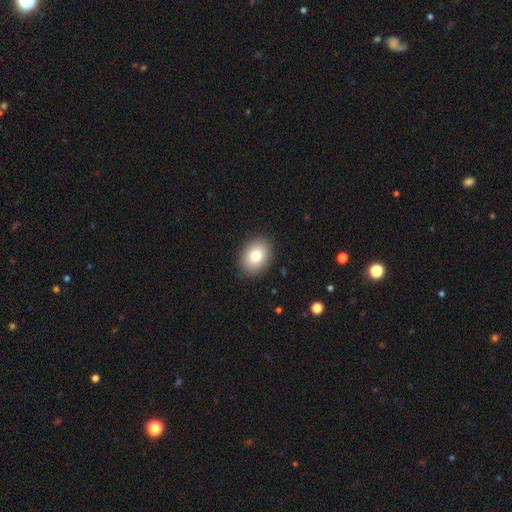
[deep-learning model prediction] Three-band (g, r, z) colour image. It shows a smooth galaxy with no disk features (79%) that is in between round and cigar-shaped (61%). Merging: none (89%).